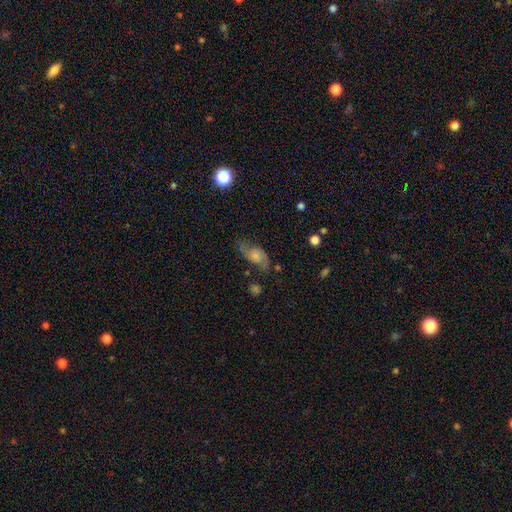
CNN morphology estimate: Smooth or featured?
  - featured or disk: 52% *
  - smooth: 39%
  - star or artifact: 9%
Edge-on disk?
  - no: 92% *
  - yes: 8%
Merging?
  - none: 57% *
  - minor disturbance: 25%
  - major disturbance: 14%
  - merger: 3%